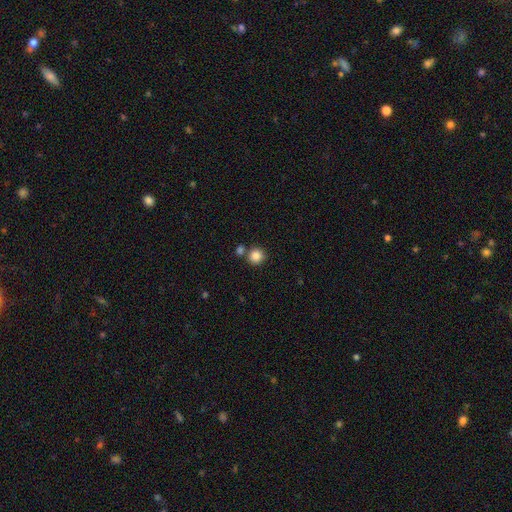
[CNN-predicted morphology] Smooth or featured: smooth — 86% (star or artifact — 10%)
How rounded: round — 92% (in between — 7%)
Merging: none — 73% (merger — 18%)